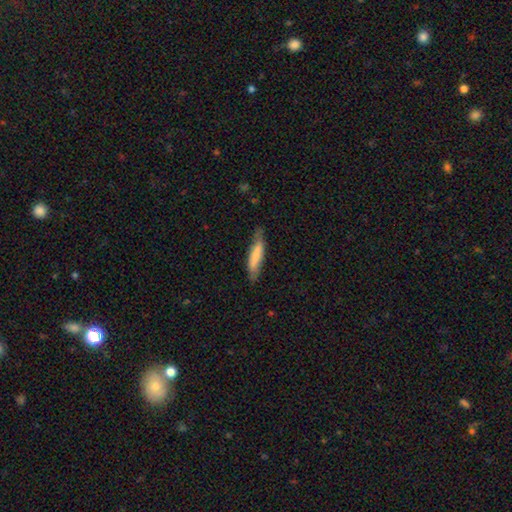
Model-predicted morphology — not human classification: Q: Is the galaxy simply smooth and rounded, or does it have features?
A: smooth — 67%.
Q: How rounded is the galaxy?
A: cigar-shaped — 77%.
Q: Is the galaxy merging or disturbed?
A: none — 72%.